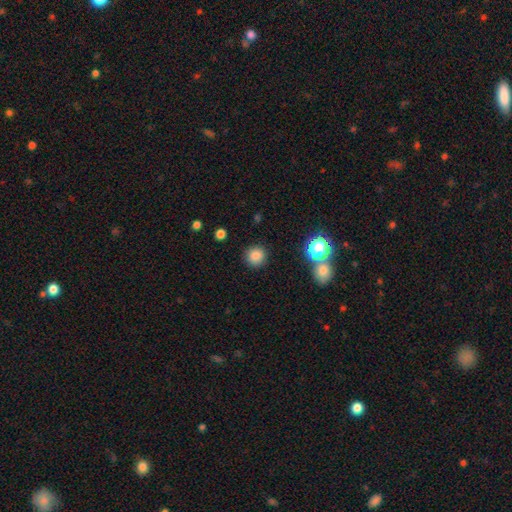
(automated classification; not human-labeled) Smooth or featured? Predicted: smooth (p=0.83). How rounded? Predicted: round (p=0.91). Merging? Predicted: none (p=0.88).